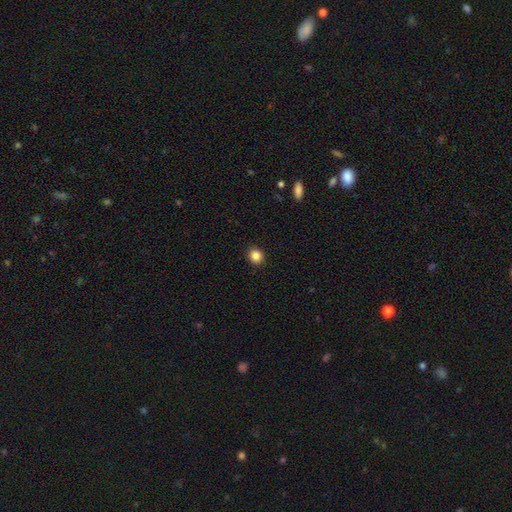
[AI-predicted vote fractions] A smooth galaxy with no disk features (86%) that is round (85%). Merging: none (92%).